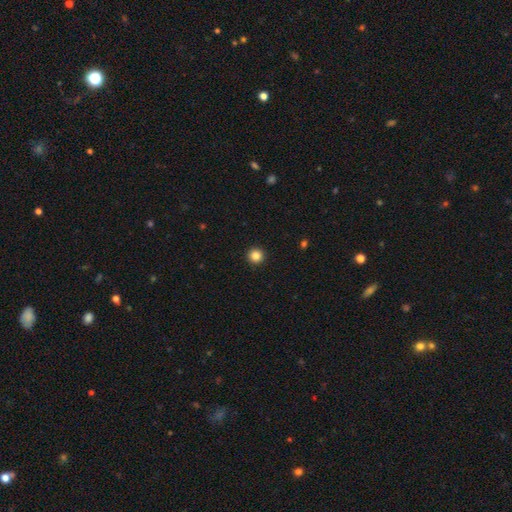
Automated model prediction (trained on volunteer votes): Q: Smooth or featured?
A: smooth (86%); runner-up: star or artifact (11%)
Q: How rounded?
A: round (96%); runner-up: in between (3%)
Q: Merging?
A: none (94%); runner-up: minor disturbance (4%)